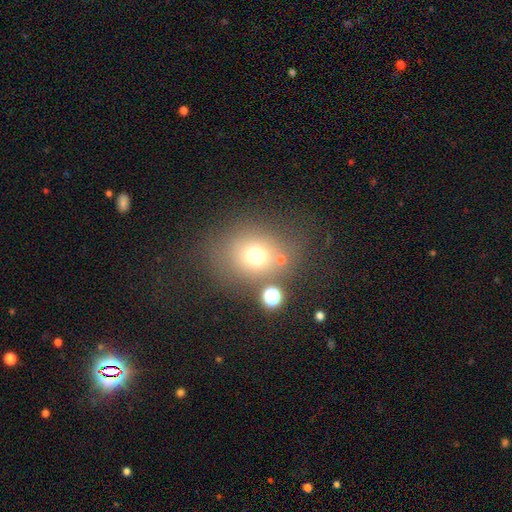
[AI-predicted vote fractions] smooth-or-featured: smooth: 69% | star or artifact: 18% | featured or disk: 13%
  how-rounded: round: 65% | in between: 34% | cigar-shaped: 1%
  merging: none: 66% | minor disturbance: 13% | merger: 12% | major disturbance: 9%